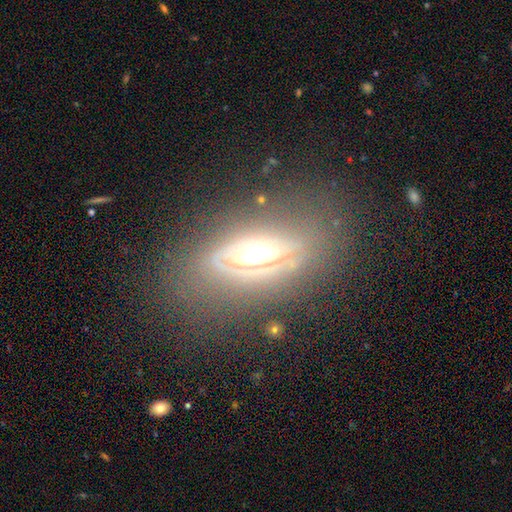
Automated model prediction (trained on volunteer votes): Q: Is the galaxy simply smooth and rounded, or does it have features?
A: featured or disk — 73%.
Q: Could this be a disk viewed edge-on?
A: no — 52%.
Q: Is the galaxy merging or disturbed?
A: none — 74%.